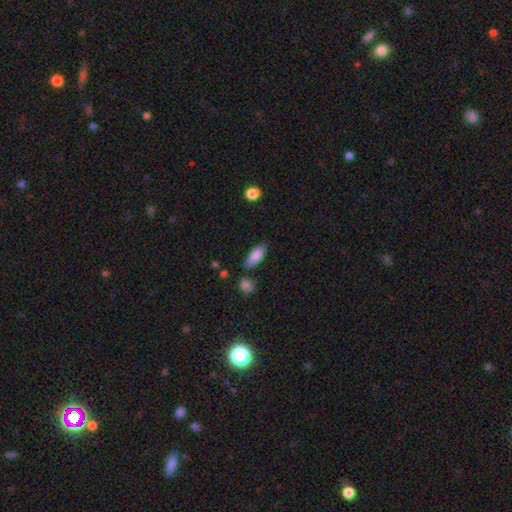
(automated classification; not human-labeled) This is clearly a smooth galaxy (85%). How rounded: likely in between (77%). Merging: likely none (76%).